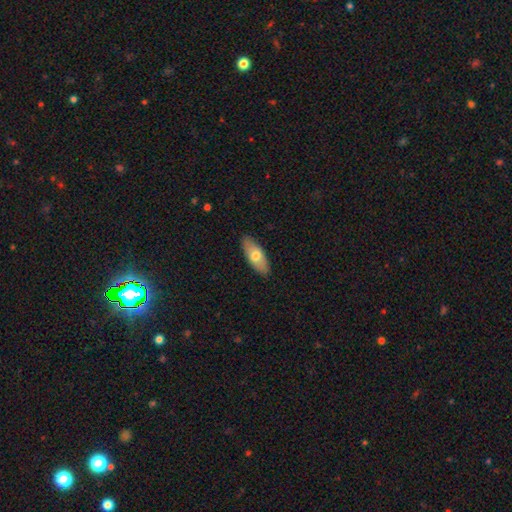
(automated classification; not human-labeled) This appears to be a smooth galaxy with no disk features (66%) that is in between round and cigar-shaped (80%). Merging: none (88%).